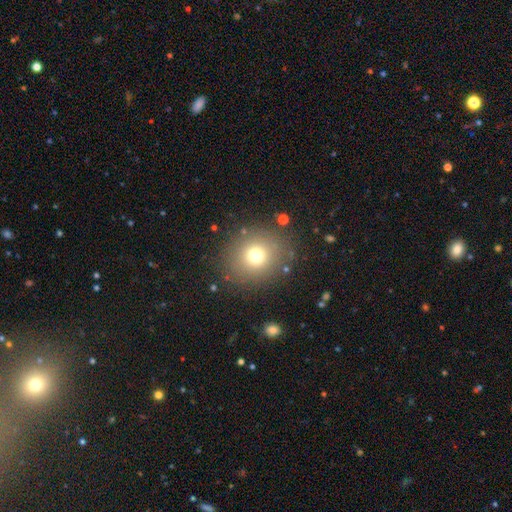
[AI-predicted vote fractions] Smooth or featured: smooth — 72% (star or artifact — 16%)
How rounded: round — 82% (in between — 17%)
Merging: none — 84% (minor disturbance — 9%)